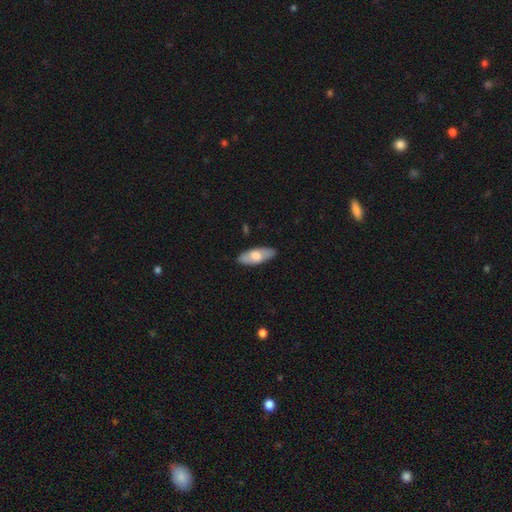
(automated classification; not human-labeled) A smooth galaxy with no disk features (64%) that is in between round and cigar-shaped (76%).

Vote fractions:
- Smooth or featured? smooth: 64% / featured or disk: 31% / star or artifact: 5%
- How rounded? in between: 76% / cigar-shaped: 22% / round: 2%
- Merging? none: 87% / minor disturbance: 10% / major disturbance: 2% / merger: 1%